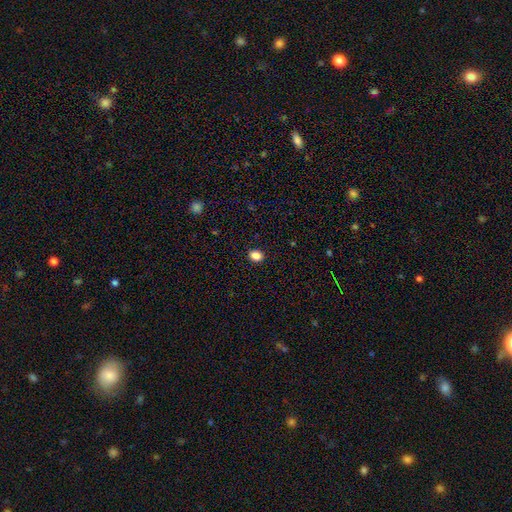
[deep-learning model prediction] Morphology: type=smooth (86%); roundness=in between (59%); merging=none (90%).